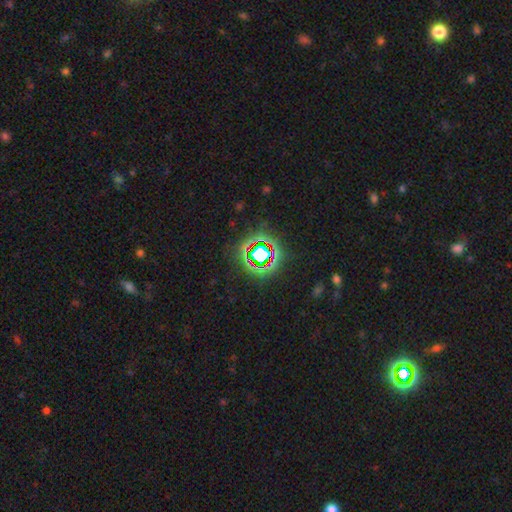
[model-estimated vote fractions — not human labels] Smooth or featured: star or artifact — 70% (smooth — 19%)